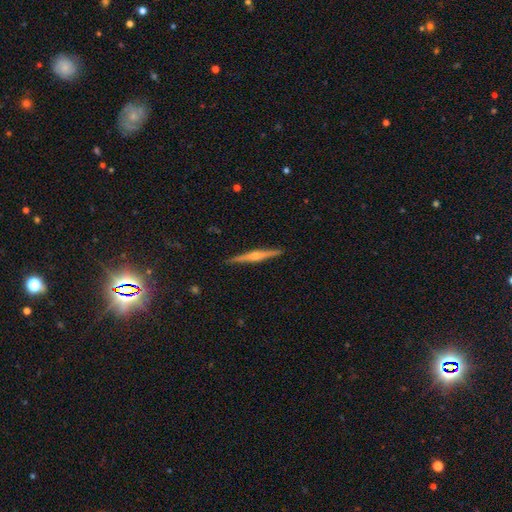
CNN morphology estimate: Overall: featured or disk (74%). Edge-on disk: yes (98%). Edge-on bulge: rounded (81%). Merging: none (91%).